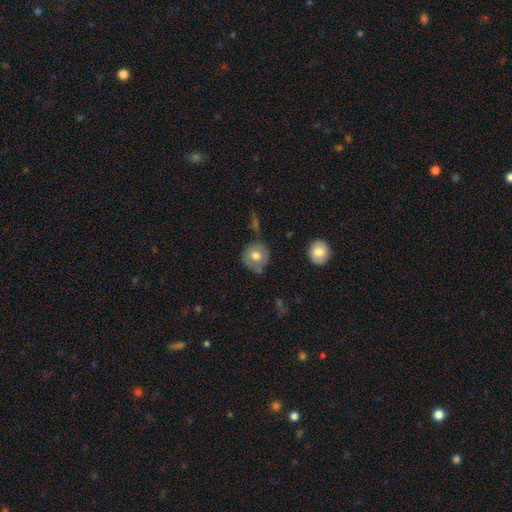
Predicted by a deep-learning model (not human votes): Q: Smooth or featured?
A: smooth (73%); runner-up: featured or disk (19%)
Q: How rounded?
A: round (89%); runner-up: in between (10%)
Q: Merging?
A: none (69%); runner-up: minor disturbance (20%)